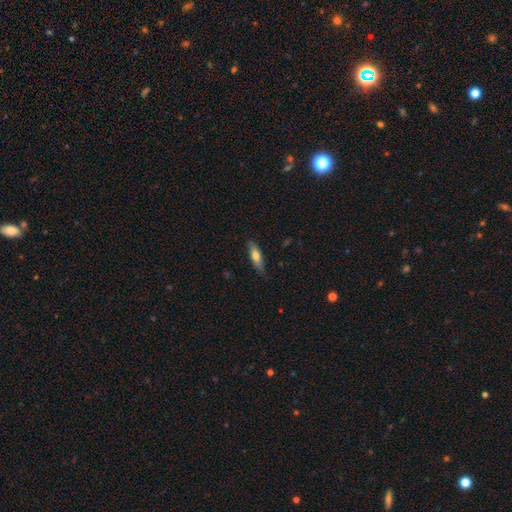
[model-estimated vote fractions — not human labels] The model was most divided on "how rounded": cigar-shaped: 54%, in between: 44%, round: 2%. More confident: merging — none (82%); smooth or featured — smooth (67%).